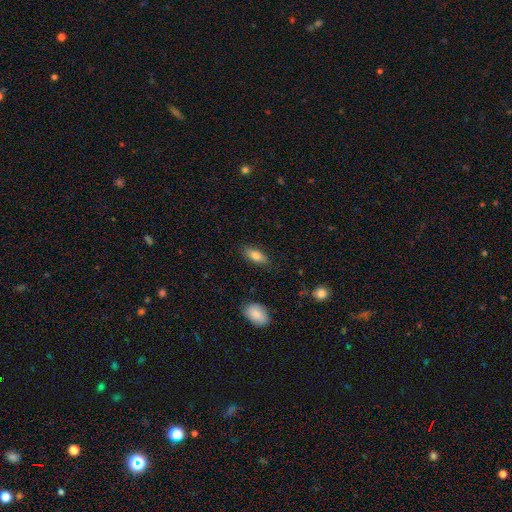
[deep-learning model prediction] Morphology: type=smooth (79%); roundness=in between (82%); merging=none (83%).